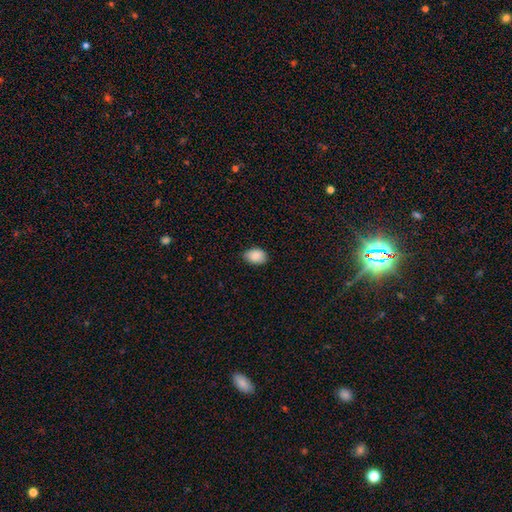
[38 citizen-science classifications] A smooth galaxy with no disk features (92%) that is in between round and cigar-shaped (83%).

Vote fractions:
- Smooth or featured? smooth: 92% / star or artifact: 5% / featured or disk: 3%
- How rounded? in between: 83% / round: 17% / cigar-shaped: 0%
- Merging? none: 81% / minor disturbance: 17% / major disturbance: 3% / merger: 0%